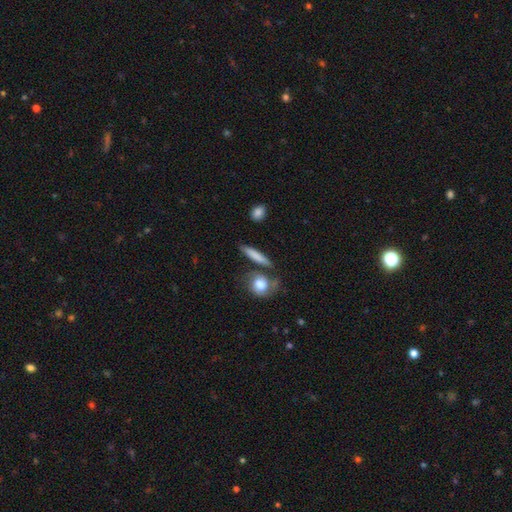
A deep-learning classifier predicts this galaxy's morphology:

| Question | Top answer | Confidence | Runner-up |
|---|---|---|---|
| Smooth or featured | smooth | 76% | featured or disk (17%) |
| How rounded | cigar-shaped | 70% | in between (19%) |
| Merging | none | 69% | minor disturbance (14%) |